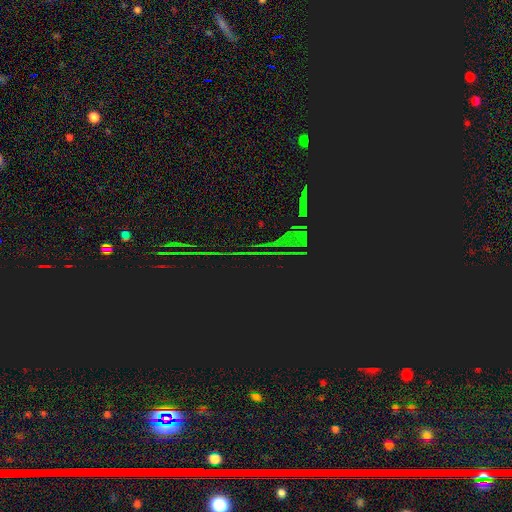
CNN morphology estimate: Smooth or featured: star or artifact — 82% (smooth — 11%)